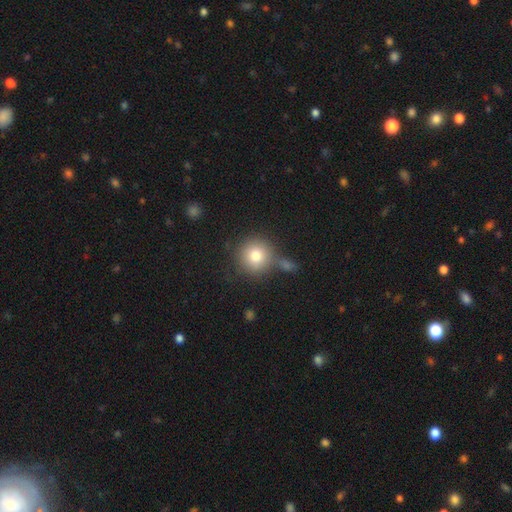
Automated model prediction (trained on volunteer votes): Morphology: type=smooth (78%); roundness=round (94%); merging=none (65%).